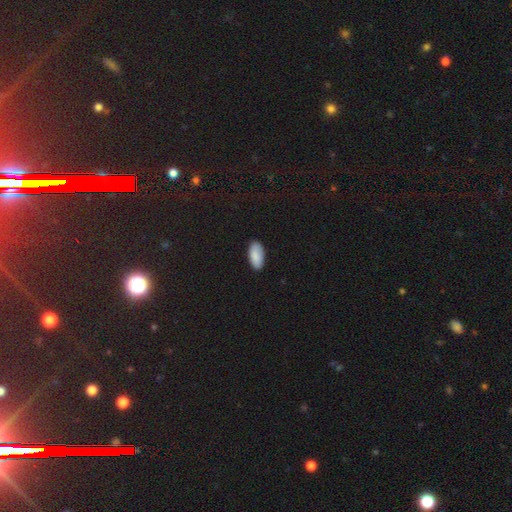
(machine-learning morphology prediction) smooth-or-featured: smooth: 89% | star or artifact: 6% | featured or disk: 5%
  how-rounded: in between: 93% | cigar-shaped: 5% | round: 2%
  merging: none: 87% | minor disturbance: 10% | major disturbance: 2% | merger: 1%